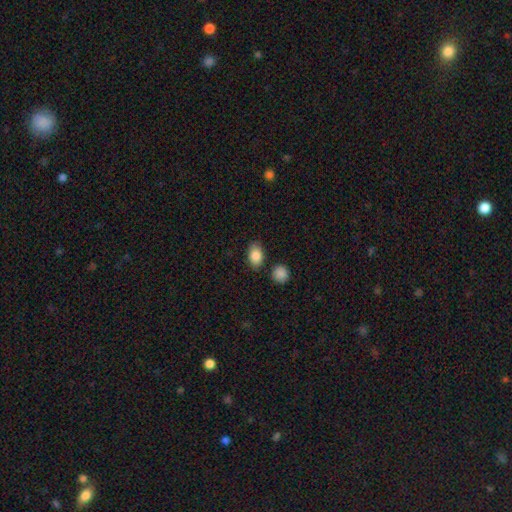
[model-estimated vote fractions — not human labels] Smooth or featured? Predicted: smooth (p=0.86). How rounded? Predicted: in between (p=0.86). Merging? Predicted: none (p=0.80).